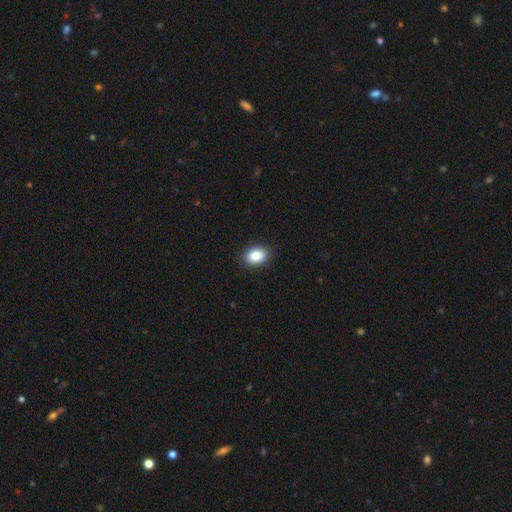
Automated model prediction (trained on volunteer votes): This appears to be a smooth galaxy with no disk features (88%) that is in between round and cigar-shaped (78%). Merging: none (90%).